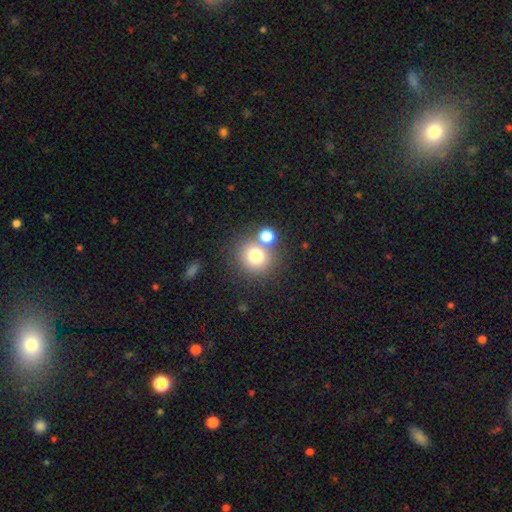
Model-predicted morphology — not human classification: A smooth galaxy with no disk features (75%) that is round (88%).

Vote fractions:
- Smooth or featured? smooth: 75% / star or artifact: 14% / featured or disk: 11%
- How rounded? round: 88% / in between: 11% / cigar-shaped: 1%
- Merging? none: 68% / merger: 19% / minor disturbance: 9% / major disturbance: 4%